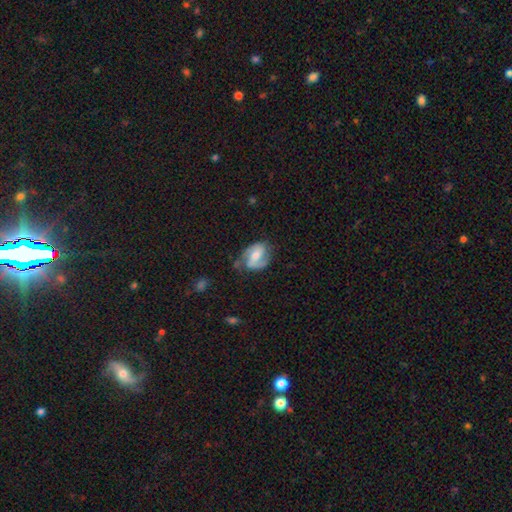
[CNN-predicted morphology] smooth_or_featured: featured or disk (p=0.72) [alt: smooth p=0.22]
disk_edge_on: no (p=0.97) [alt: yes p=0.03]
bar: weak (p=0.45) [alt: strong p=0.29]
has_spiral_arms: yes (p=0.91) [alt: no p=0.09]
spiral_winding: medium (p=0.49) [alt: loose p=0.26]
spiral_arm_count: 2 (p=0.84) [alt: 1 p=0.07]
bulge_size: moderate (p=0.57) [alt: small p=0.31]
merging: none (p=0.61) [alt: minor disturbance p=0.26]